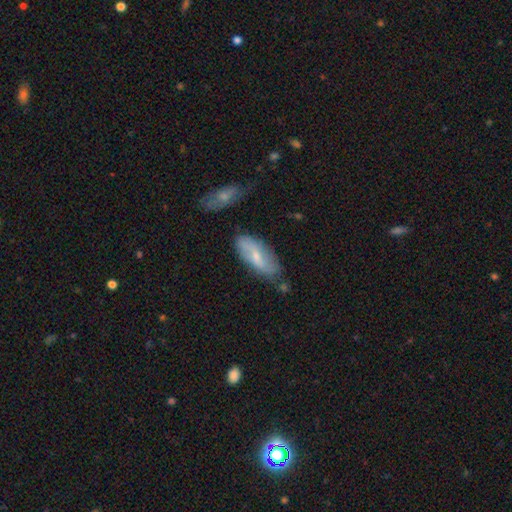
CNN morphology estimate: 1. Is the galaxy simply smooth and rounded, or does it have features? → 48% featured or disk, 44% smooth, 7% star or artifact.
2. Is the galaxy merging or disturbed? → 71% none, 20% minor disturbance, 5% merger, 4% major disturbance.